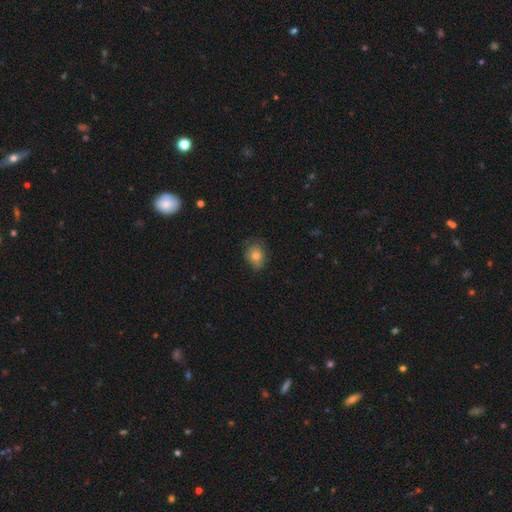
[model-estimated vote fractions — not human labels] smooth-or-featured: smooth: 77% | featured or disk: 13% | star or artifact: 10%
  how-rounded: round: 52% | in between: 47% | cigar-shaped: 1%
  merging: none: 67% | minor disturbance: 25% | major disturbance: 7% | merger: 1%